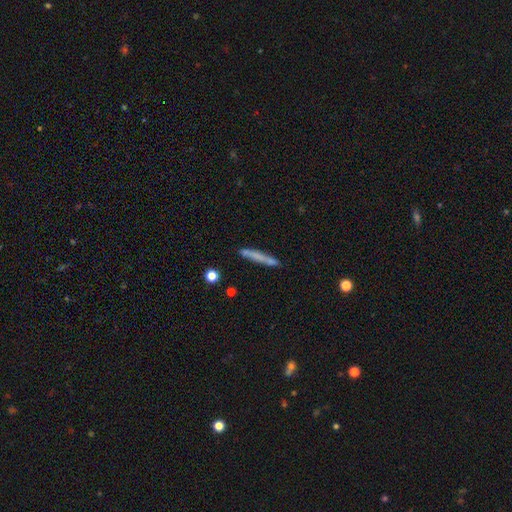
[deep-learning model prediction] This appears to be a smooth galaxy with no disk features (67%) that is cigar-shaped (95%). Merging: none (78%).